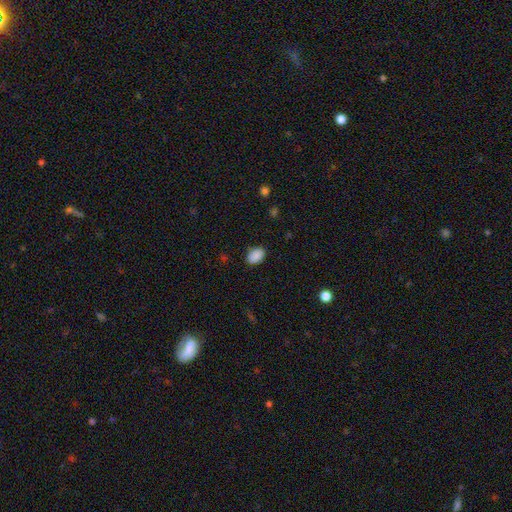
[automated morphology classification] smooth_or_featured: smooth (p=0.89) [alt: star or artifact p=0.07]
how_rounded: in between (p=0.86) [alt: round p=0.13]
merging: none (p=0.86) [alt: minor disturbance p=0.11]